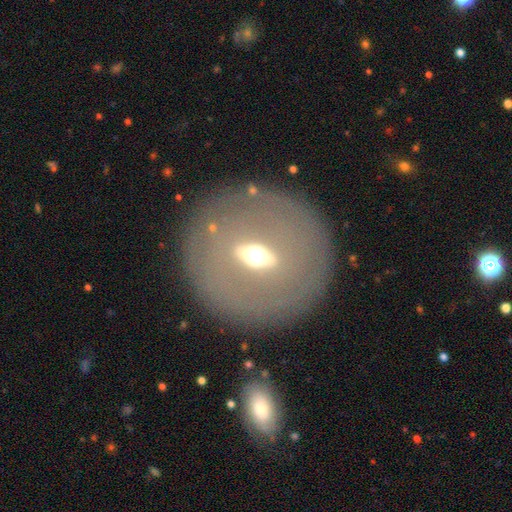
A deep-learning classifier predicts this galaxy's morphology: type=featured or disk (67%); edge-on=no (66%); merging=none (80%).